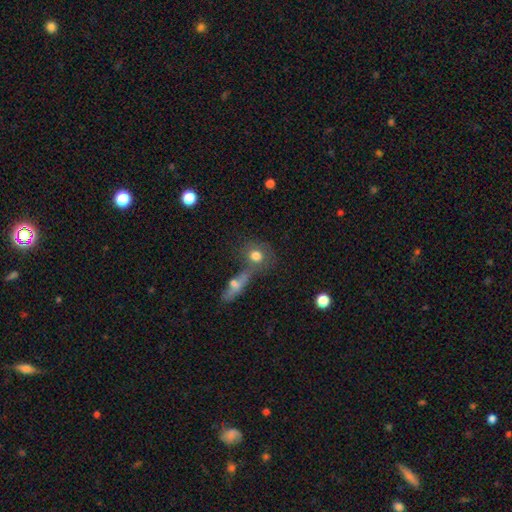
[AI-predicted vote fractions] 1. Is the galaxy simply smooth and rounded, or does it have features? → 71% smooth, 18% featured or disk, 11% star or artifact.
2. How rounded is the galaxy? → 69% round, 27% in between, 5% cigar-shaped.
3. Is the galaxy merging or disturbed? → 50% none, 30% merger, 13% minor disturbance, 7% major disturbance.